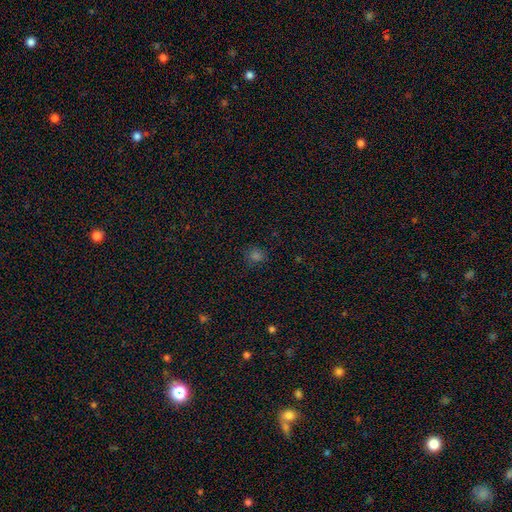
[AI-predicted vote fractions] Overall: smooth (72%). How rounded: round (81%). Merging: none (84%).